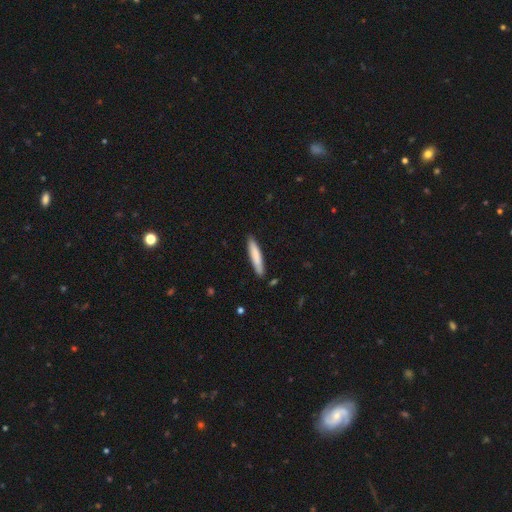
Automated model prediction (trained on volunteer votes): The model was most divided on "smooth or featured": smooth: 80%, featured or disk: 15%, star or artifact: 5%. More confident: how rounded — cigar-shaped (90%); merging — none (86%).